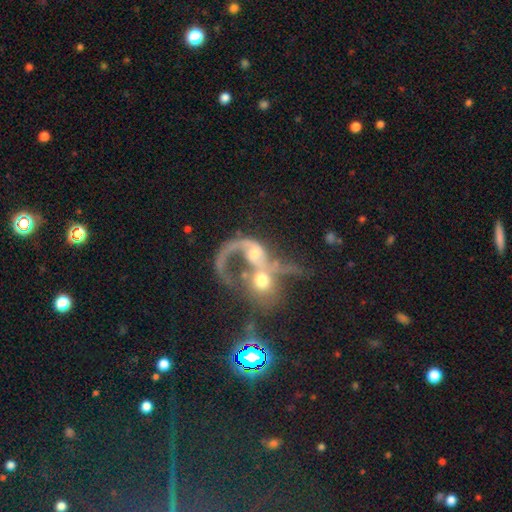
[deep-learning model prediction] Q: Smooth or featured?
A: featured or disk (67%); runner-up: smooth (21%)
Q: Edge-on disk?
A: no (96%); runner-up: yes (4%)
Q: Bar?
A: no (69%); runner-up: weak (23%)
Q: Spiral arms?
A: yes (69%); runner-up: no (31%)
Q: Bulge size?
A: moderate (54%); runner-up: small (25%)
Q: Merging?
A: merger (71%); runner-up: major disturbance (16%)